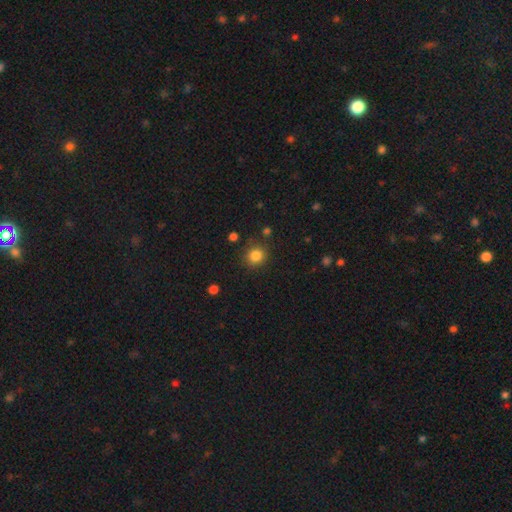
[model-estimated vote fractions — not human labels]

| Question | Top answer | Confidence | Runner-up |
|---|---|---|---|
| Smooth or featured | smooth | 83% | star or artifact (12%) |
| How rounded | round | 87% | in between (13%) |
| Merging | none | 84% | minor disturbance (10%) |